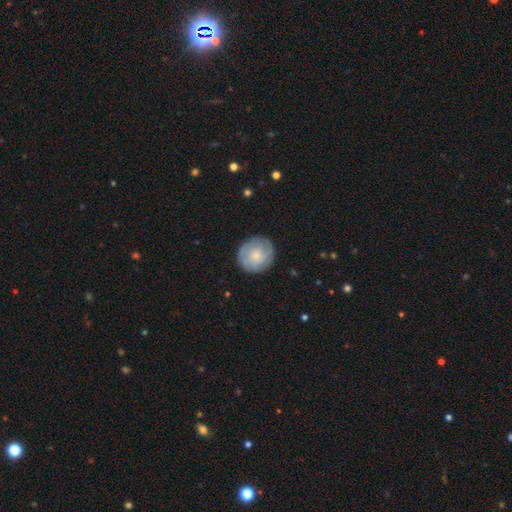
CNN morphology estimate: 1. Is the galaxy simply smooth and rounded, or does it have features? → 52% smooth, 42% featured or disk, 6% star or artifact.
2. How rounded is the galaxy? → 90% round, 9% in between, 1% cigar-shaped.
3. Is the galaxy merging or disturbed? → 85% none, 11% minor disturbance, 3% major disturbance, 1% merger.